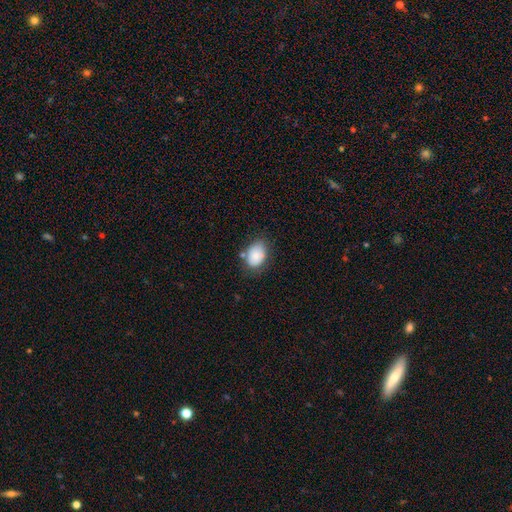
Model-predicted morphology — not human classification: type=smooth (83%); roundness=in between (81%); merging=none (69%).